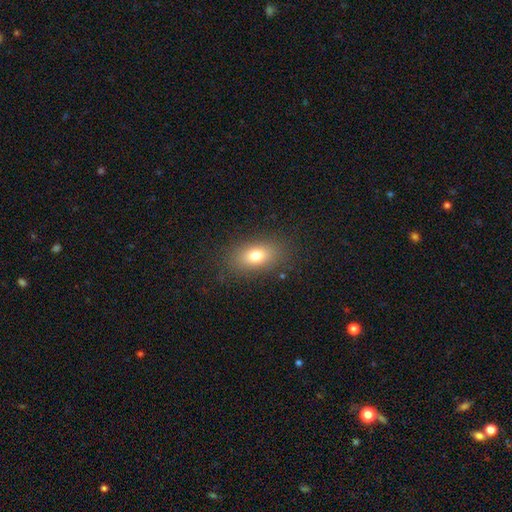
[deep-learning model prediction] Overall: smooth (77%). How rounded: in between (82%). Merging: none (84%).